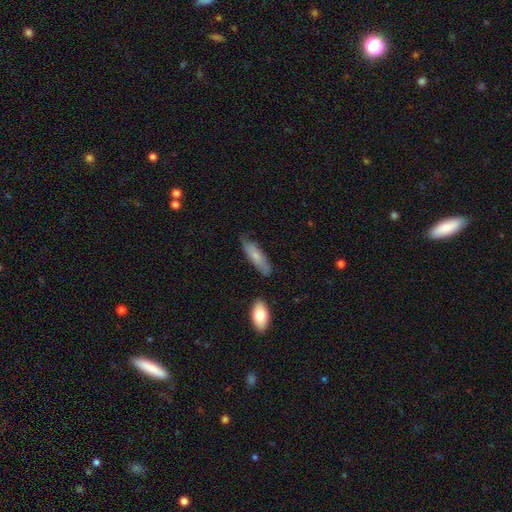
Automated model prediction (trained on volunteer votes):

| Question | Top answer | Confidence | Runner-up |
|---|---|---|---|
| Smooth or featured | smooth | 69% | featured or disk (25%) |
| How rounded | cigar-shaped | 54% | in between (44%) |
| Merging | none | 72% | minor disturbance (21%) |